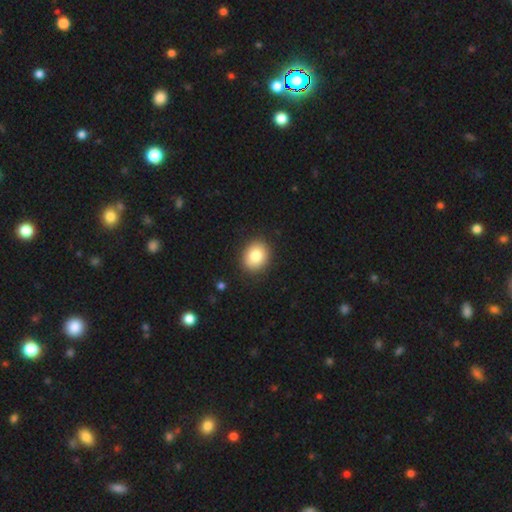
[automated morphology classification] smooth 84%, star or artifact 8%, featured or disk 8%. Down the decision tree: how rounded — round (56%); merging — none (88%).